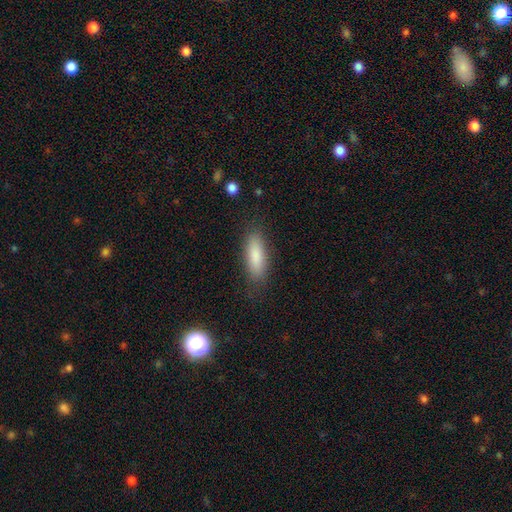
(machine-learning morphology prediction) Smooth or featured? Predicted: smooth (p=0.85). How rounded? Predicted: in between (p=0.59). Merging? Predicted: none (p=0.83).